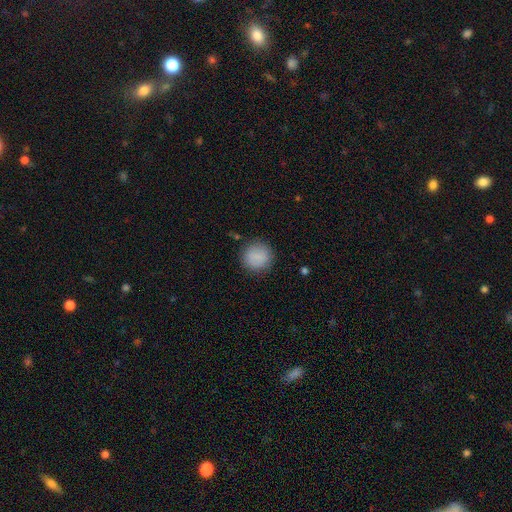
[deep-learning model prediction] A smooth galaxy with no disk features (86%) that is round (90%).

Vote fractions:
- Smooth or featured? smooth: 86% / star or artifact: 8% / featured or disk: 6%
- How rounded? round: 90% / in between: 9% / cigar-shaped: 1%
- Merging? none: 86% / minor disturbance: 9% / major disturbance: 3% / merger: 1%